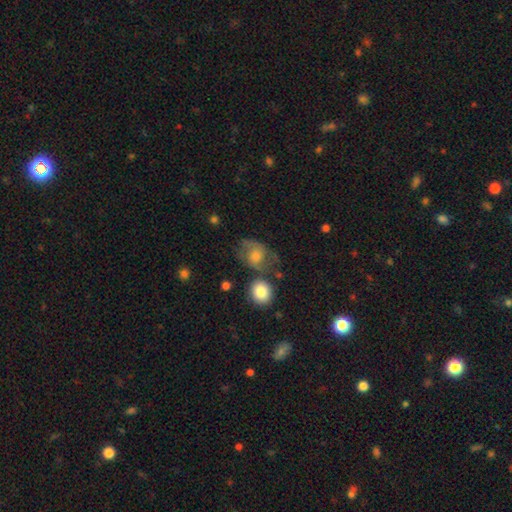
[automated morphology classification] smooth 54%, featured or disk 35%, star or artifact 11%. Down the decision tree: how rounded — round (53%); merging — none (45%).